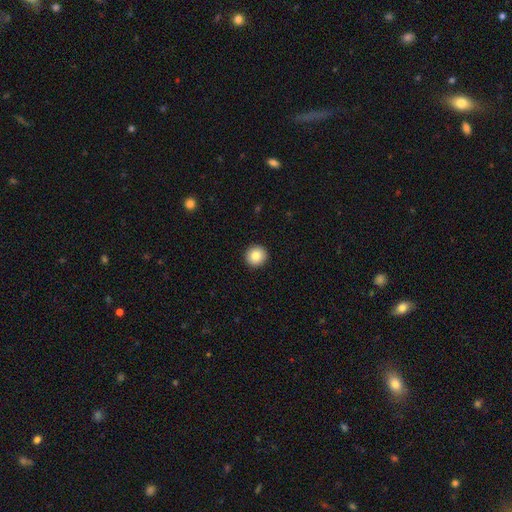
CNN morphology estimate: This is clearly a smooth galaxy (84%). How rounded: clearly round (95%). Merging: clearly none (94%).